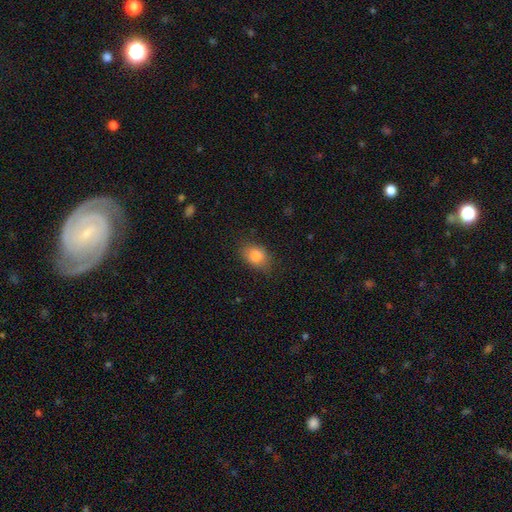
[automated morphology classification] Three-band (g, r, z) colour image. It shows a smooth galaxy with no disk features (83%) that is in between round and cigar-shaped (76%). Merging: none (77%).